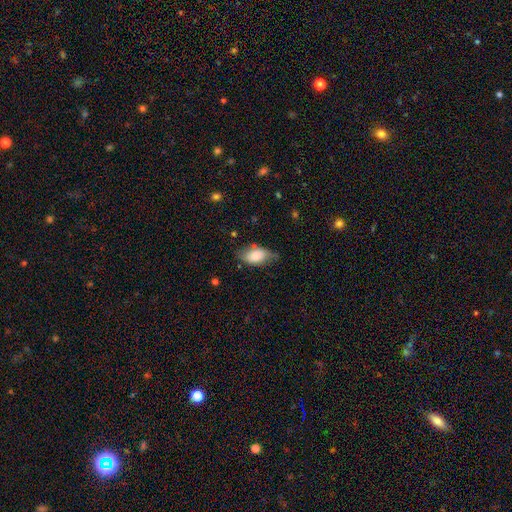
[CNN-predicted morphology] This is likely a smooth galaxy (74%). How rounded: clearly in between (91%). Merging: possibly none (56%).